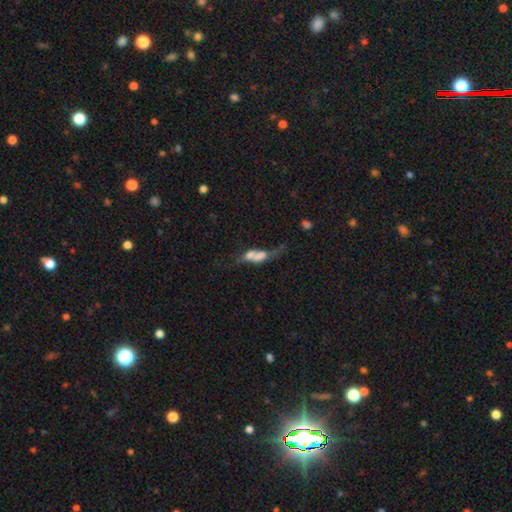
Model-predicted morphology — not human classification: Q: Smooth or featured?
A: smooth (49%); runner-up: featured or disk (39%)
Q: Merging?
A: merger (51%); runner-up: major disturbance (19%)